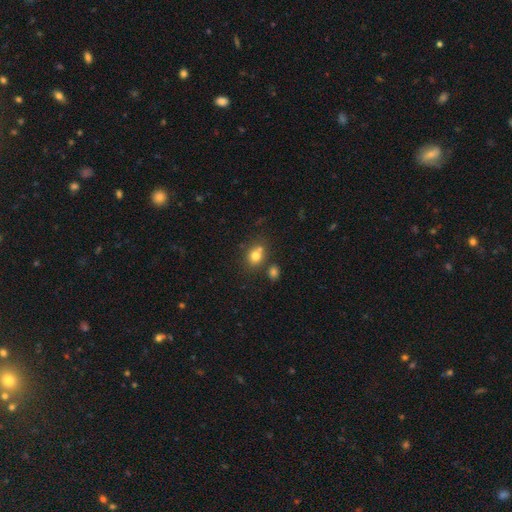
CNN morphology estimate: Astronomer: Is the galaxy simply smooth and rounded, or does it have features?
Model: smooth — 76%.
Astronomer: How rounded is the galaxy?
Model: round — 67%.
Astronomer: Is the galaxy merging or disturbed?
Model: none — 58%.